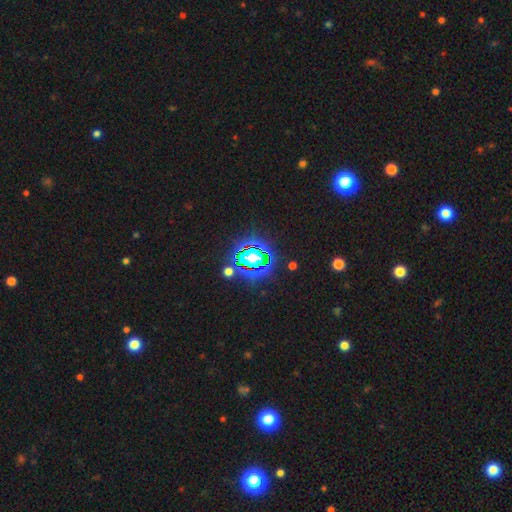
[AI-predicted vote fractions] This appears to be a star or artifact, not a galaxy (83%).